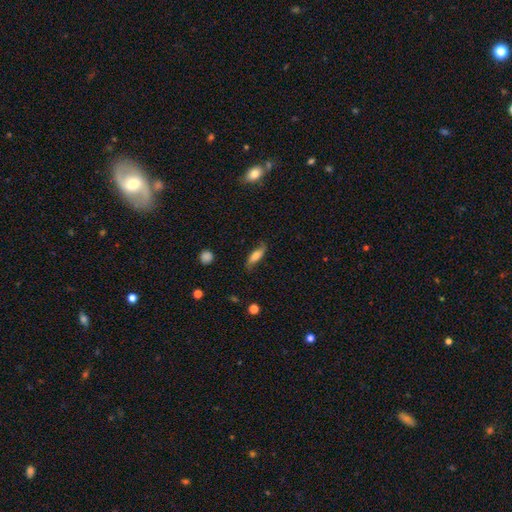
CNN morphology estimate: Smooth or featured? smooth (54%)
How rounded? in between (54%)
Merging? none (72%)